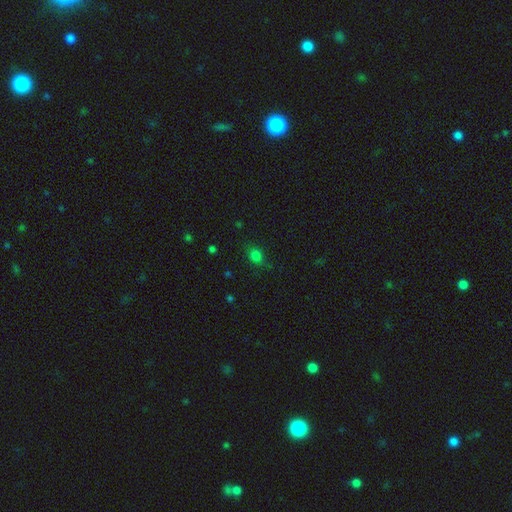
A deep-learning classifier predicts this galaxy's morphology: smooth-or-featured: smooth: 78% | star or artifact: 16% | featured or disk: 5%
  how-rounded: round: 61% | in between: 37% | cigar-shaped: 2%
  merging: none: 78% | minor disturbance: 16% | major disturbance: 5% | merger: 1%